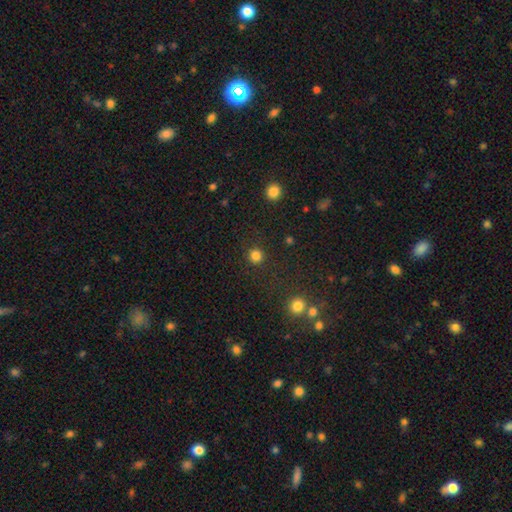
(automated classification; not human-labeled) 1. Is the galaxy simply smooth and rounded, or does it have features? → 82% smooth, 14% star or artifact, 4% featured or disk.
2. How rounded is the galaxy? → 94% round, 5% in between, 1% cigar-shaped.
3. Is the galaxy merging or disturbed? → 90% none, 6% minor disturbance, 3% major disturbance, 2% merger.